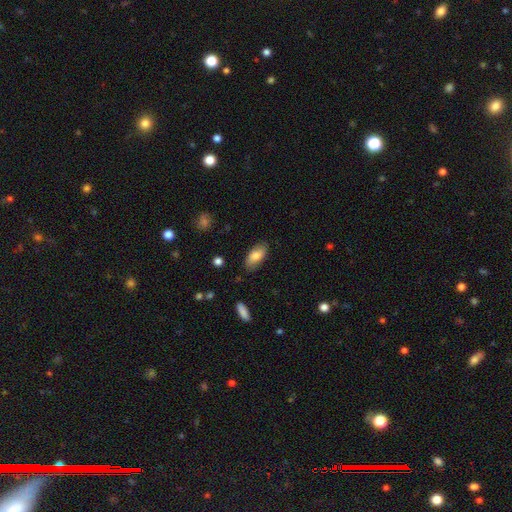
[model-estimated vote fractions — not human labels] smooth-or-featured: smooth: 78% | featured or disk: 15% | star or artifact: 6%
  how-rounded: in between: 90% | cigar-shaped: 8% | round: 3%
  merging: none: 81% | minor disturbance: 15% | major disturbance: 3% | merger: 1%